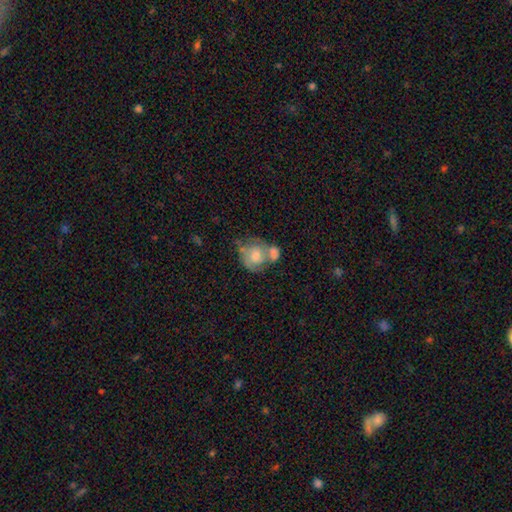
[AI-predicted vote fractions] A smooth galaxy with no disk features (50%) that is round (66%).

Vote fractions:
- Smooth or featured? smooth: 50% / featured or disk: 42% / star or artifact: 7%
- How rounded? round: 66% / in between: 33% / cigar-shaped: 1%
- Merging? merger: 51% / none: 25% / minor disturbance: 14% / major disturbance: 9%